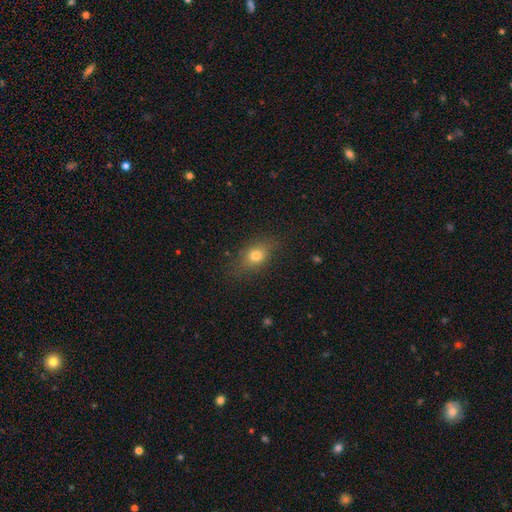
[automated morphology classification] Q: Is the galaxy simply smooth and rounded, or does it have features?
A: smooth — 75%.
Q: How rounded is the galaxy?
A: in between — 69%.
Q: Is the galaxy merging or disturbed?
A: none — 81%.